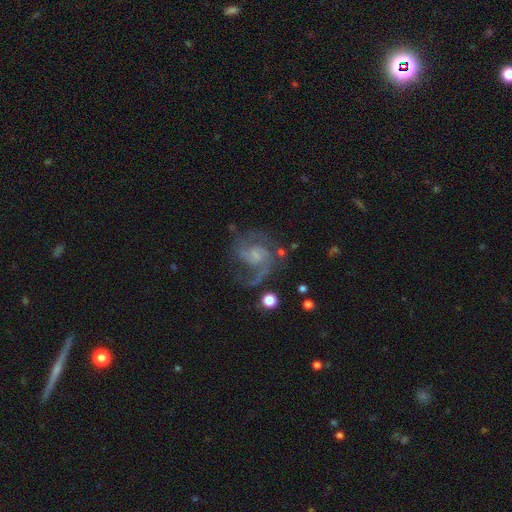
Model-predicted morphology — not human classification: Overall: featured or disk (87%). Edge-on disk: no (98%). Bar: no (51%; weak 42%). Spiral arms: yes (97%). Spiral arm count: 2 (72%). Spiral winding: medium (54%; loose 27%). Bulge size: small (57%; none 22%). Merging: none (61%).